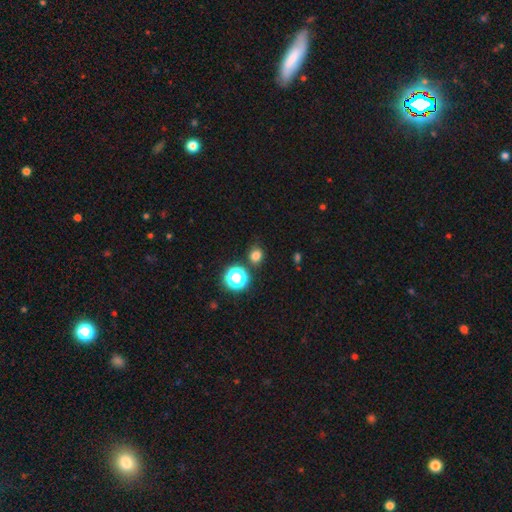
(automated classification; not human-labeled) smooth-or-featured: smooth: 75% | star or artifact: 20% | featured or disk: 5%
  how-rounded: round: 80% | in between: 19% | cigar-shaped: 1%
  merging: none: 82% | minor disturbance: 10% | merger: 5% | major disturbance: 3%